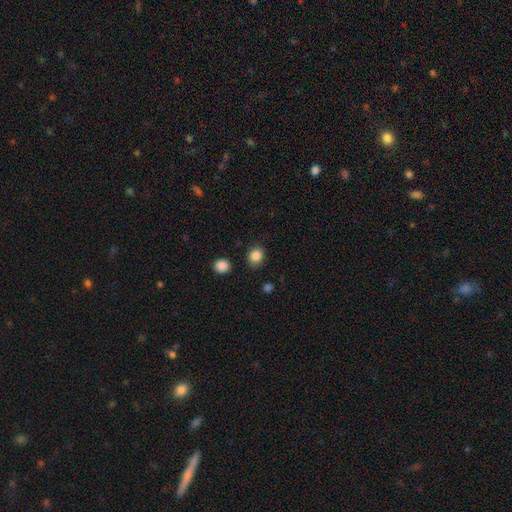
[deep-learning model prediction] Overall: smooth (86%). How rounded: round (67%; in between 33%). Merging: none (84%).